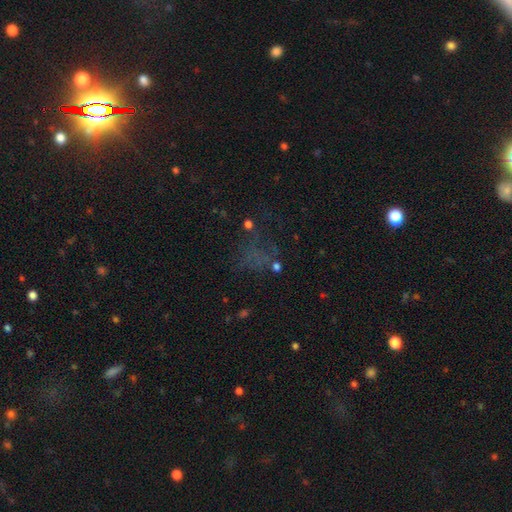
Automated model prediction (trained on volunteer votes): This is marginally a star or artifact rather than a galaxy (41%).